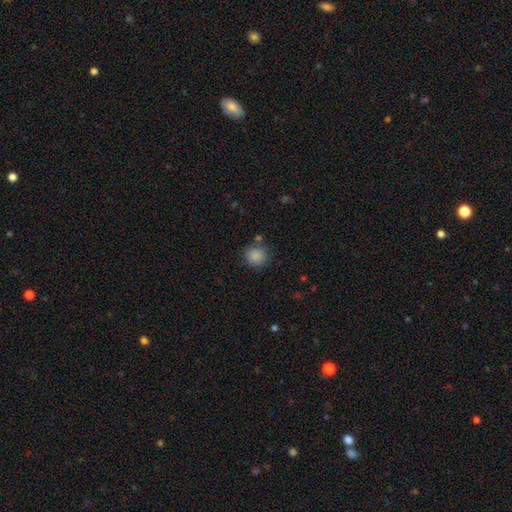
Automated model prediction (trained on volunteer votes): Overall: smooth (87%). How rounded: round (89%). Merging: none (81%).